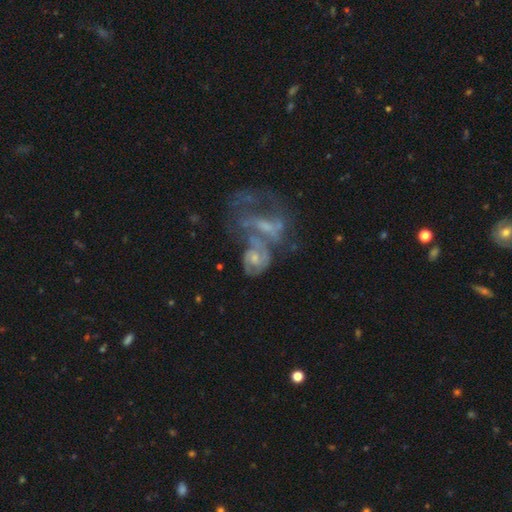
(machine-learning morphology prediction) Smooth or featured? Predicted: featured or disk (p=0.70). Edge-on disk? Predicted: no (p=0.96). Bar? Predicted: no (p=0.66). Spiral arms? Predicted: yes (p=0.63). Bulge size? Predicted: moderate (p=0.42). Merging? Predicted: merger (p=0.60).